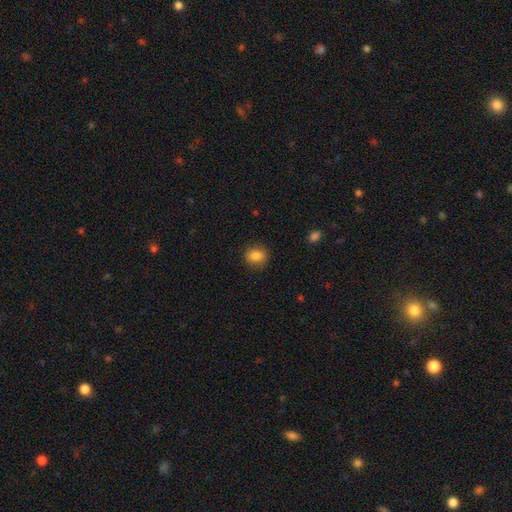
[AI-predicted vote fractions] A smooth galaxy with no disk features (84%) that is round (56%). Merging: none (84%).